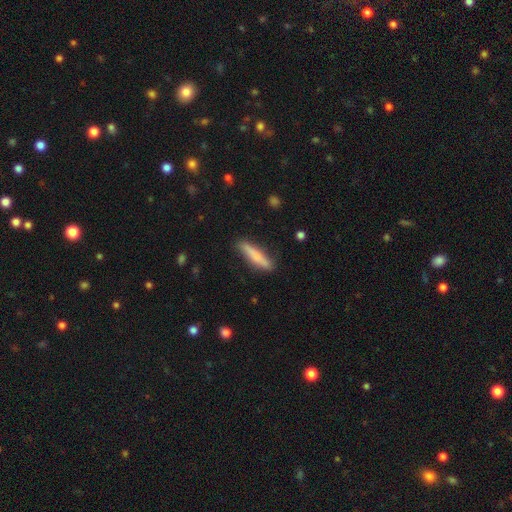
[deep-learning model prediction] smooth_or_featured: smooth (p=0.76) [alt: featured or disk p=0.19]
how_rounded: cigar-shaped (p=0.87) [alt: in between p=0.12]
merging: none (p=0.85) [alt: minor disturbance p=0.11]